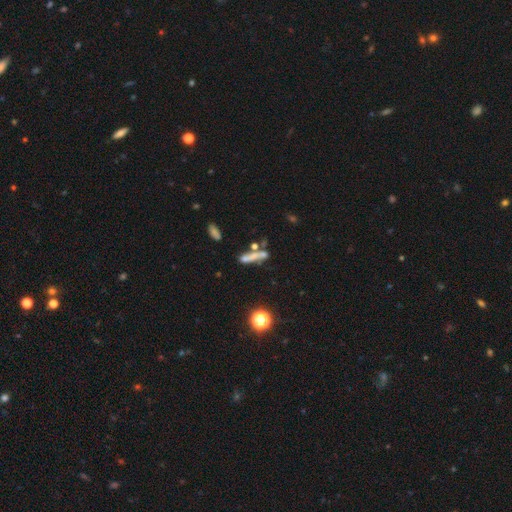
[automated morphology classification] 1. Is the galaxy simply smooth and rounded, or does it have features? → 54% smooth, 31% featured or disk, 15% star or artifact.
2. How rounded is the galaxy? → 77% cigar-shaped, 17% in between, 5% round.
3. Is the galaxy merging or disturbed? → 43% none, 28% merger, 17% minor disturbance, 12% major disturbance.